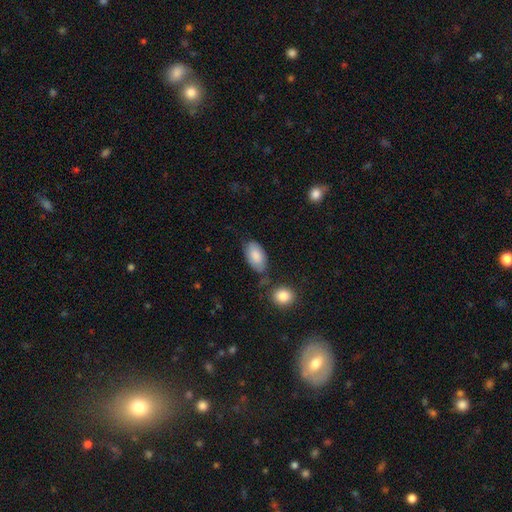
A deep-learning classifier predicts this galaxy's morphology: Q: Smooth or featured?
A: smooth (85%); runner-up: featured or disk (9%)
Q: How rounded?
A: in between (94%); runner-up: round (4%)
Q: Merging?
A: none (61%); runner-up: minor disturbance (23%)